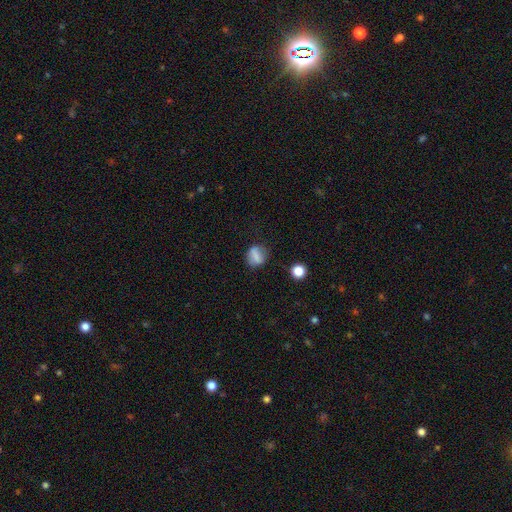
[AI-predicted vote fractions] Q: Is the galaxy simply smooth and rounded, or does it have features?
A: smooth — 73%.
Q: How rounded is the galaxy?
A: round — 49%.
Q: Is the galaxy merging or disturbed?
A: none — 70%.